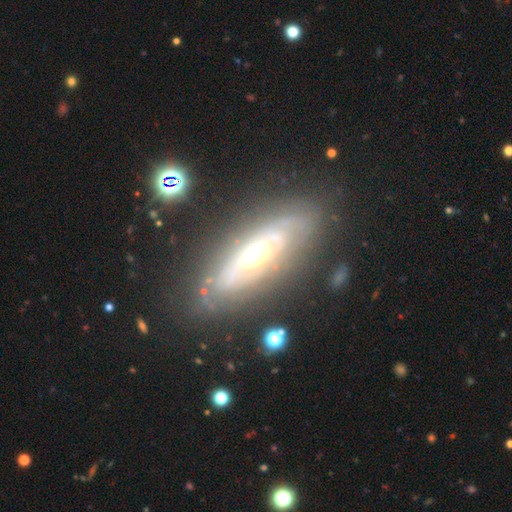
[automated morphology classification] smooth-or-featured: featured or disk: 80% | smooth: 15% | star or artifact: 6%
  disk-edge-on: no: 77% | yes: 23%
    bar: no: 69% | weak: 21% | strong: 10%
    has-spiral-arms: yes: 63% | no: 37%
    bulge-size: moderate: 69% | large: 18% | small: 11% | dominant: 2% | none: 1%
  merging: none: 76% | minor disturbance: 15% | major disturbance: 6% | merger: 2%